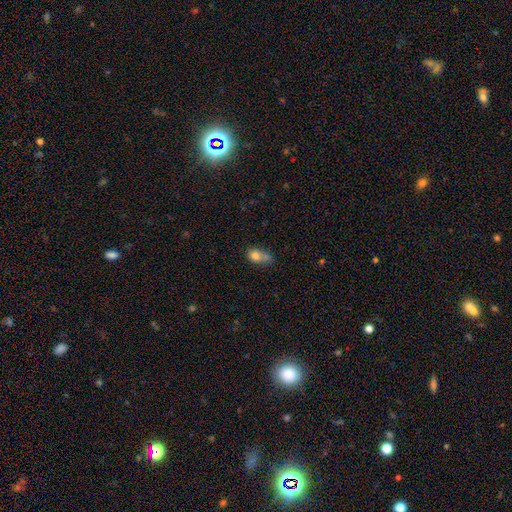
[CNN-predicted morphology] The model was most divided on "merging": none: 29%, merger: 27%, minor disturbance: 27%, major disturbance: 17%. More confident: smooth or featured — smooth (77%); how rounded — in between (65%).